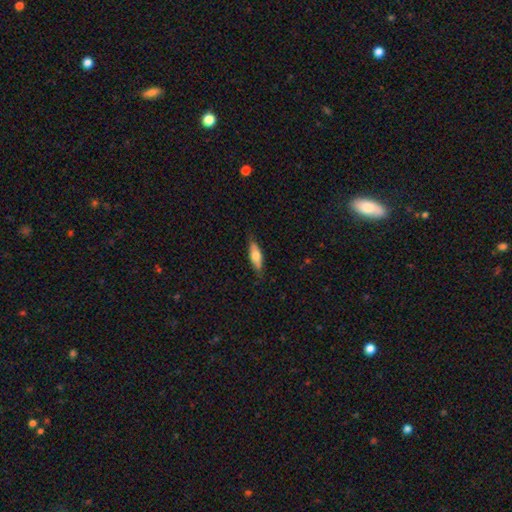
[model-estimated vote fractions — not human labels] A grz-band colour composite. It shows a smooth galaxy with no disk features (60%) that is in between round and cigar-shaped (55%). Merging: none (80%).